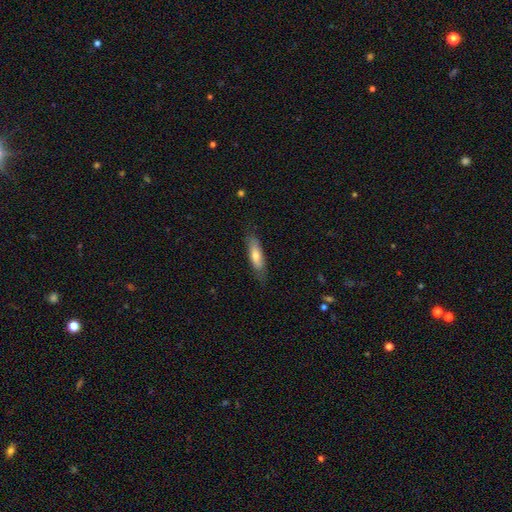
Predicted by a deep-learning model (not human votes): This appears to be a smooth galaxy with no disk features (68%) that is cigar-shaped (55%). Merging: none (77%).